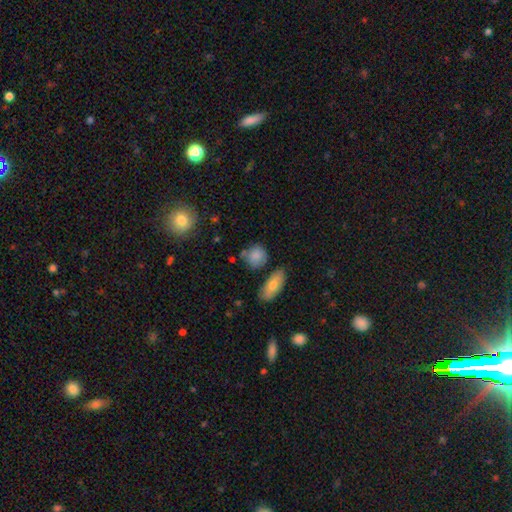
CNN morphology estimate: A smooth galaxy with no disk features (83%) that is round (71%). Merging: none (65%).